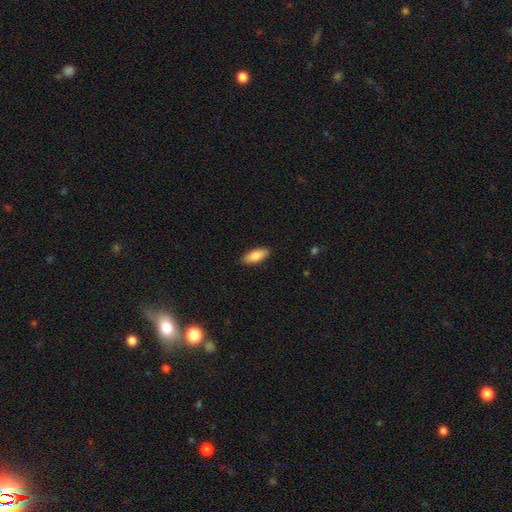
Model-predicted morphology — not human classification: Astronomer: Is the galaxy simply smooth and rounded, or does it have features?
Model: smooth — 85%.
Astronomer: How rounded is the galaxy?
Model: in between — 81%.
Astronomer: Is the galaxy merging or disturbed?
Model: none — 89%.